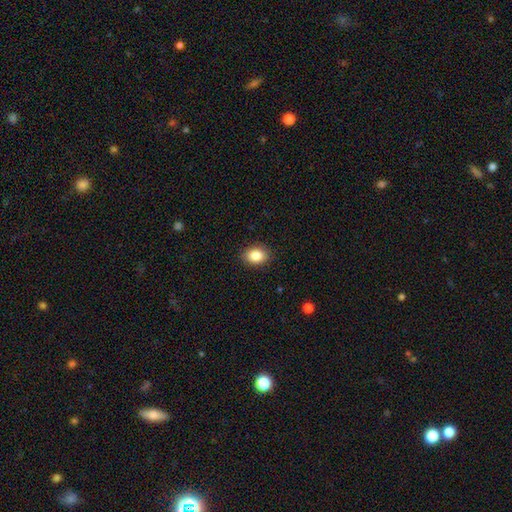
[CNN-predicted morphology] Smooth or featured?
  - smooth: 87% *
  - star or artifact: 8%
  - featured or disk: 5%
How rounded?
  - in between: 69% *
  - round: 30%
  - cigar-shaped: 1%
Merging?
  - none: 89% *
  - minor disturbance: 8%
  - major disturbance: 2%
  - merger: 1%